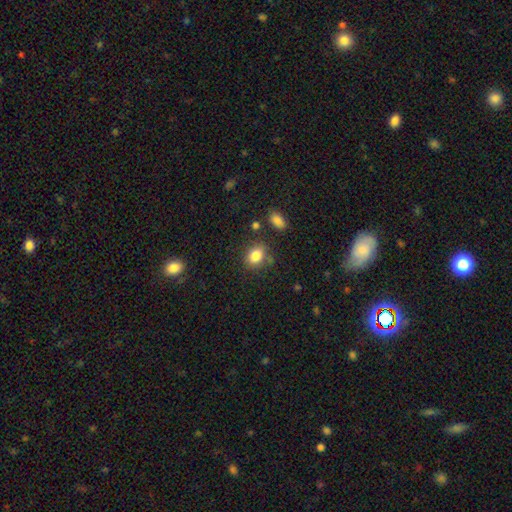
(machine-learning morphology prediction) The model was most divided on "how rounded": in between: 62%, round: 37%, cigar-shaped: 1%. More confident: smooth or featured — smooth (84%); merging — none (76%).